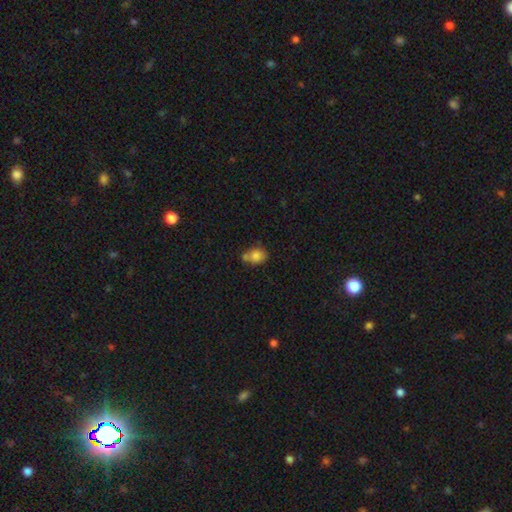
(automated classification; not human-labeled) A smooth galaxy with no disk features (79%) that is round (51%).

Vote fractions:
- Smooth or featured? smooth: 79% / featured or disk: 11% / star or artifact: 10%
- How rounded? round: 51% / in between: 48% / cigar-shaped: 1%
- Merging? none: 51% / merger: 25% / minor disturbance: 19% / major disturbance: 5%